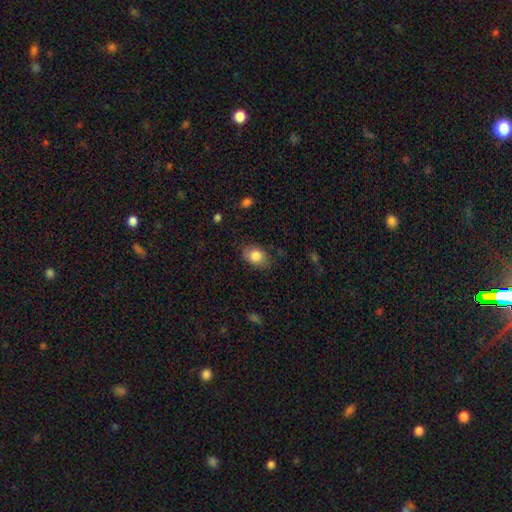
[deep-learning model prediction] A smooth galaxy with no disk features (82%) that is in between round and cigar-shaped (80%). Merging: none (79%).